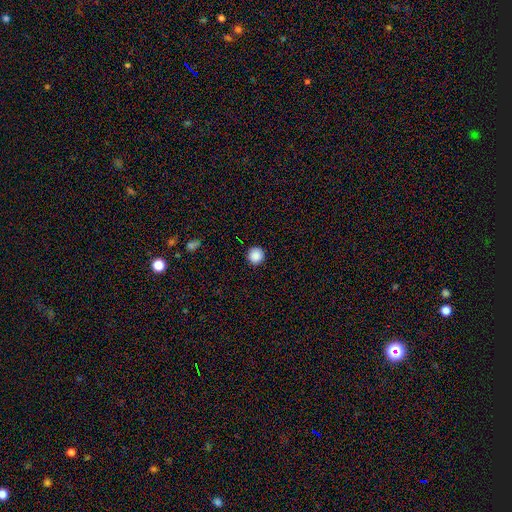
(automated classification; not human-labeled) This is clearly a smooth galaxy (88%). How rounded: clearly round (96%). Merging: clearly none (92%).